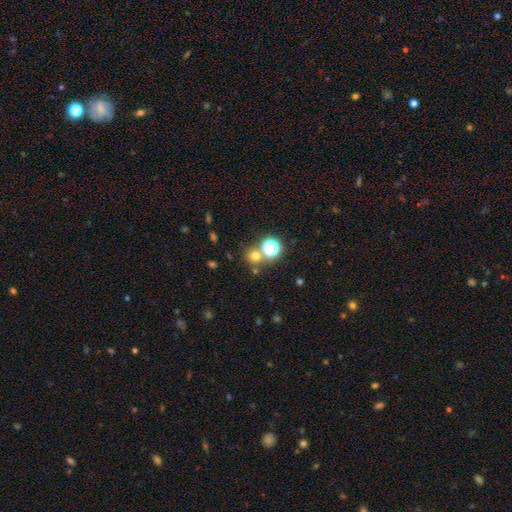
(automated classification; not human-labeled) smooth-or-featured: smooth: 65% | star or artifact: 28% | featured or disk: 8%
  how-rounded: round: 88% | in between: 11% | cigar-shaped: 1%
  merging: none: 69% | merger: 20% | minor disturbance: 7% | major disturbance: 4%